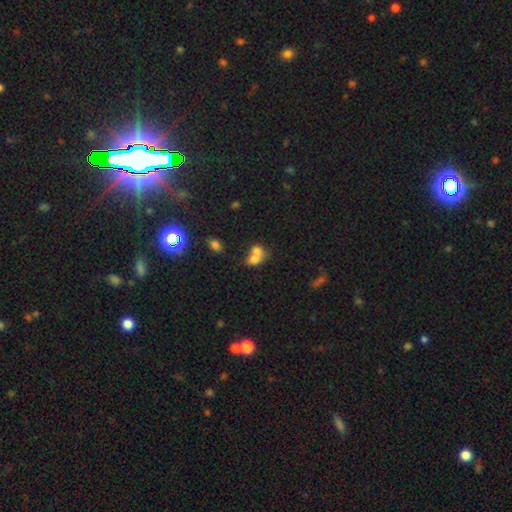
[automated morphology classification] This is likely a smooth galaxy (69%). How rounded: possibly in between (55%). Merging: likely merger (70%).